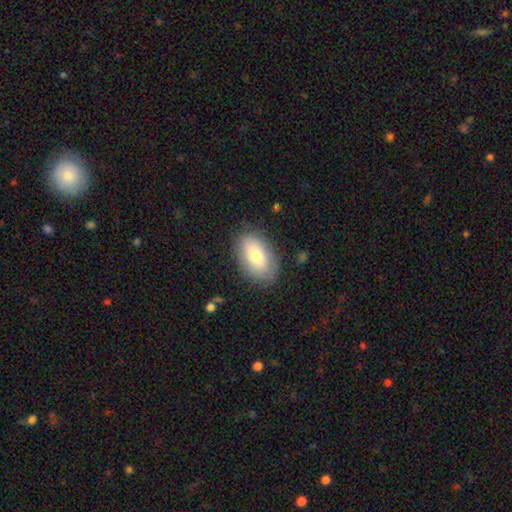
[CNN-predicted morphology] This is likely a smooth galaxy (74%). How rounded: clearly in between (91%). Merging: clearly none (81%).